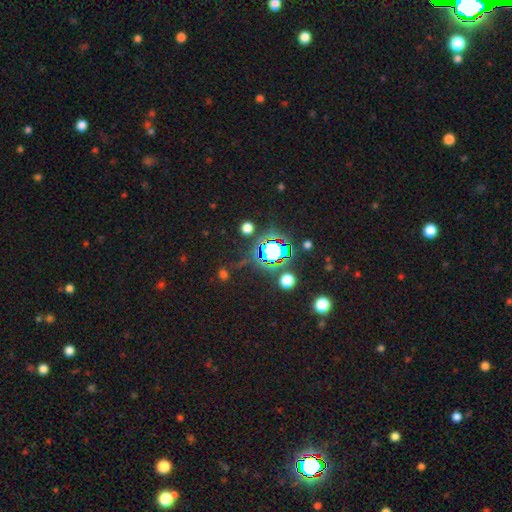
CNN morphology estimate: A star or artifact, not a galaxy (82%).